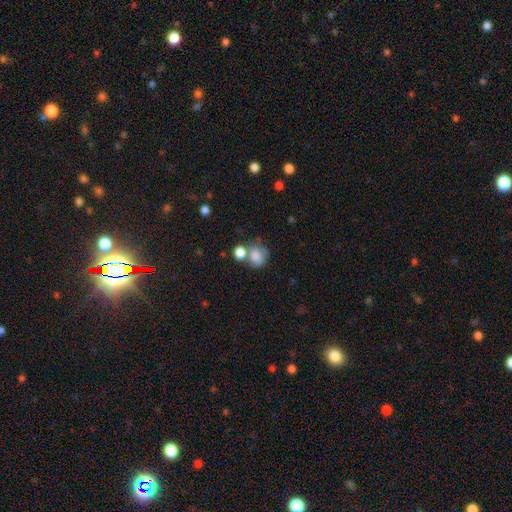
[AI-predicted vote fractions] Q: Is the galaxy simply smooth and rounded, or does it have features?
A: smooth — 77%.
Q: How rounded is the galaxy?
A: round — 69%.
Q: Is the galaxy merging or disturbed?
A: none — 38%.